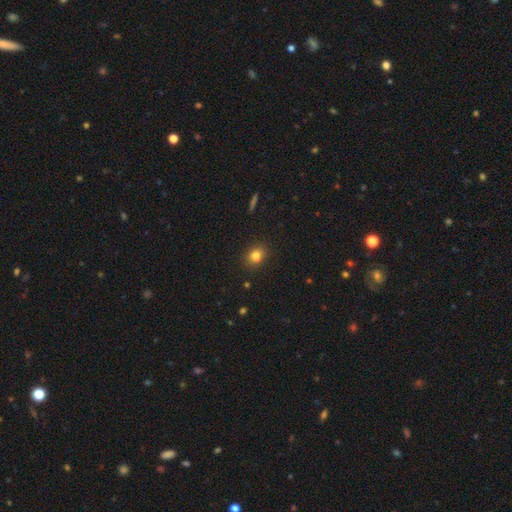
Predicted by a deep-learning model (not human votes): smooth-or-featured: smooth: 80% | star or artifact: 12% | featured or disk: 7%
  how-rounded: round: 54% | in between: 44% | cigar-shaped: 1%
  merging: none: 80% | minor disturbance: 12% | merger: 5% | major disturbance: 3%